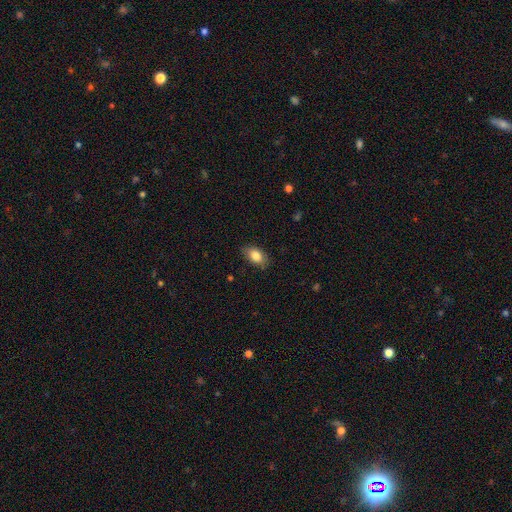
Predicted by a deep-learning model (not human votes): Smooth or featured? Predicted: smooth (p=0.83). How rounded? Predicted: in between (p=0.89). Merging? Predicted: none (p=0.82).